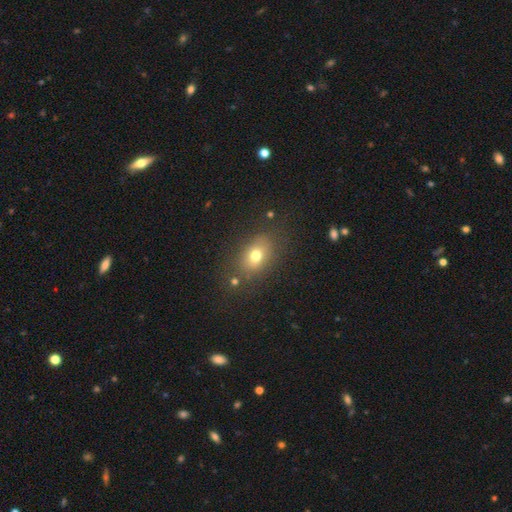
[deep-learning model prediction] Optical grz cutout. It shows a smooth galaxy with no disk features (73%) that is in between round and cigar-shaped (68%). Merging: none (77%).